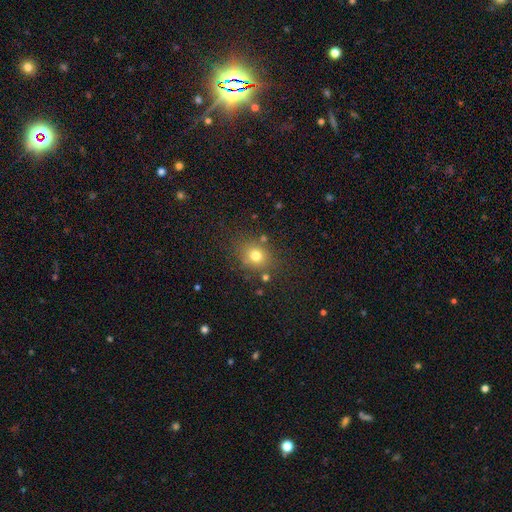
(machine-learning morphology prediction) smooth_or_featured: smooth (p=0.75) [alt: star or artifact p=0.16]
how_rounded: round (p=0.69) [alt: in between p=0.30]
merging: none (p=0.78) [alt: minor disturbance p=0.12]